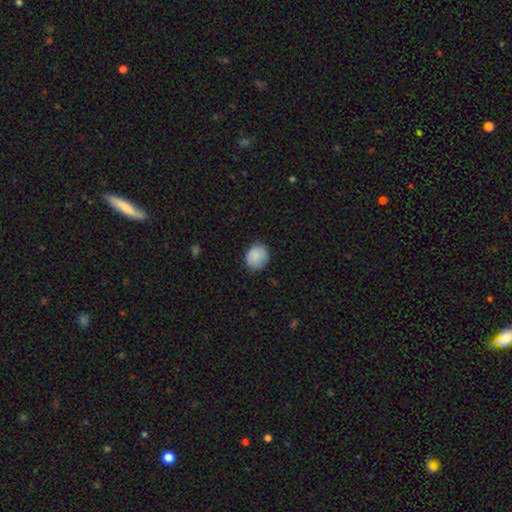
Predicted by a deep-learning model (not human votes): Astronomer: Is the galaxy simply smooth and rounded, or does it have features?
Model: smooth — 85%.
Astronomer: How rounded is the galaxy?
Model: round — 80%.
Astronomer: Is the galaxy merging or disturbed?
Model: none — 83%.